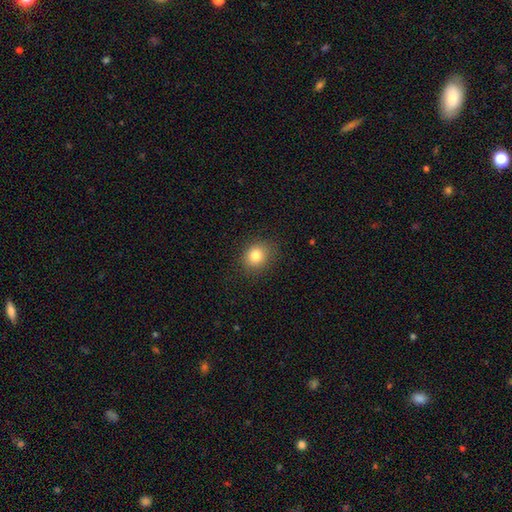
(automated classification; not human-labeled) This appears to be a smooth galaxy with no disk features (81%) that is round (64%). Merging: none (86%).